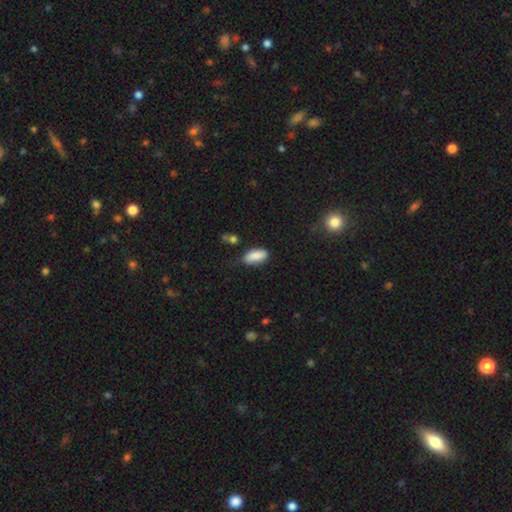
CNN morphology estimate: Overall: smooth (84%). How rounded: in between (85%). Merging: none (70%).